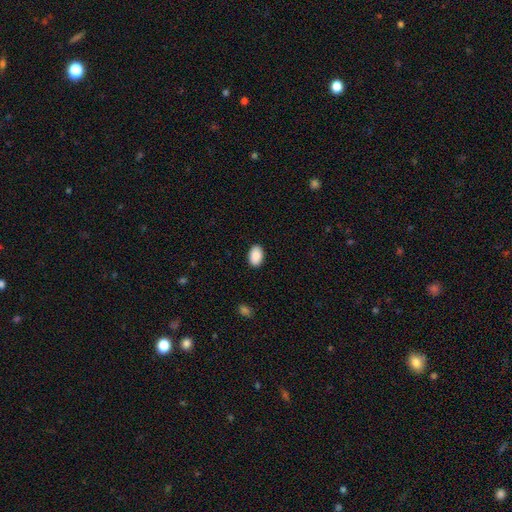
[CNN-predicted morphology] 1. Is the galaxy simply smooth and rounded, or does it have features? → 91% smooth, 7% star or artifact, 3% featured or disk.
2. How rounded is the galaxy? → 91% in between, 8% round, 1% cigar-shaped.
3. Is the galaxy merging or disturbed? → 89% none, 8% minor disturbance, 2% major disturbance, 1% merger.